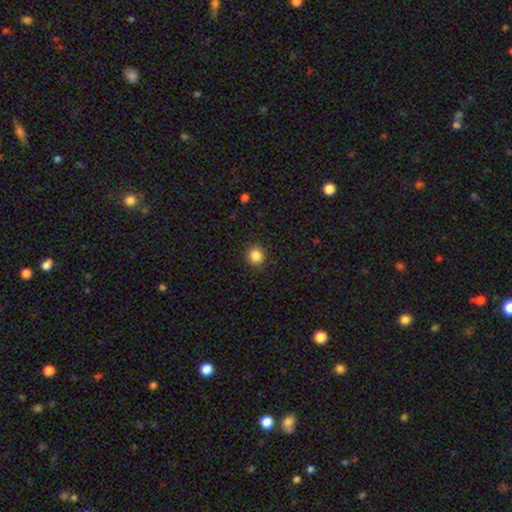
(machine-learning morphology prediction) Smooth or featured? Predicted: smooth (p=0.86). How rounded? Predicted: round (p=0.92). Merging? Predicted: none (p=0.91).